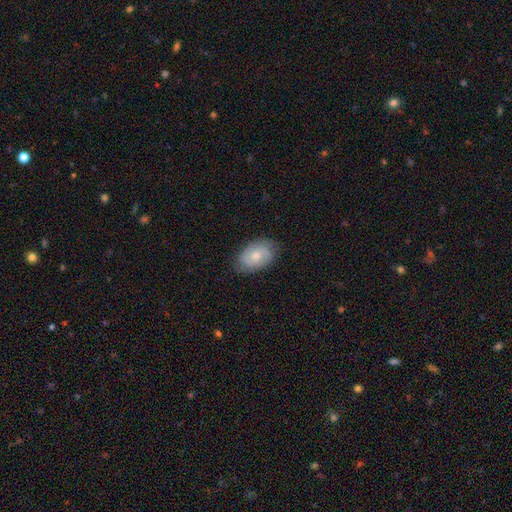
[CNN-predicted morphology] Smooth or featured: smooth — 52% (featured or disk — 41%)
How rounded: in between — 86% (round — 13%)
Merging: none — 76% (minor disturbance — 19%)